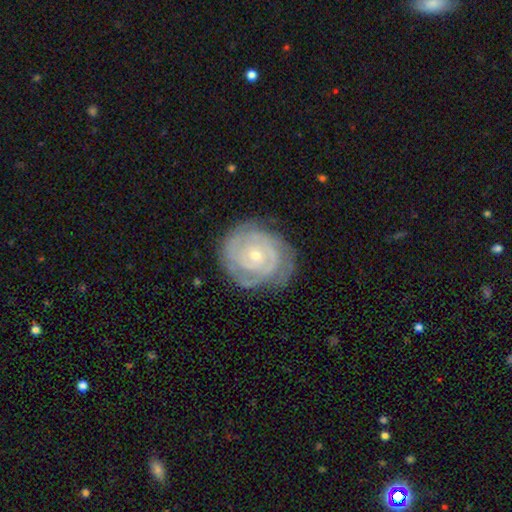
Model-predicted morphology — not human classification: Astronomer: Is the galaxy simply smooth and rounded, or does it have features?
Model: featured or disk — 84%.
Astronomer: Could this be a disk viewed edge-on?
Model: no — 98%.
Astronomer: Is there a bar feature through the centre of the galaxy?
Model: no — 76%.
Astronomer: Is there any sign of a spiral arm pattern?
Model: yes — 94%.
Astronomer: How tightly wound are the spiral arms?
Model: tight — 81%.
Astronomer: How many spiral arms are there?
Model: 2 — 35% (runner-up: can't tell, 29%).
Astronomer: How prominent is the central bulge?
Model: small — 71%.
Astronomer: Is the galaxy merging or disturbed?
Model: none — 75%.